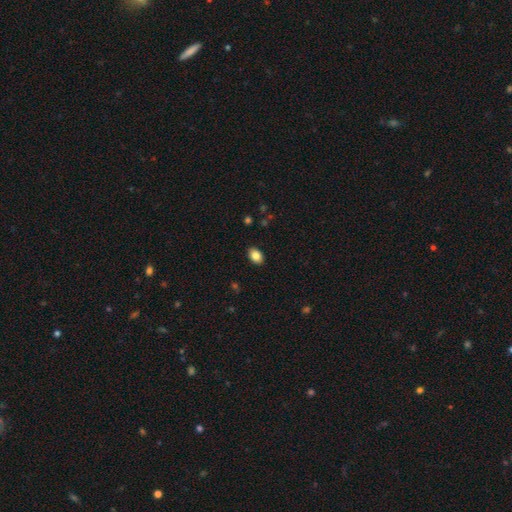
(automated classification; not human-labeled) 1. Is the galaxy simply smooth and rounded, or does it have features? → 86% smooth, 8% star or artifact, 6% featured or disk.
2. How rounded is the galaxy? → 83% in between, 16% round, 1% cigar-shaped.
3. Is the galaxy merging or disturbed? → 89% none, 8% minor disturbance, 2% major disturbance, 1% merger.